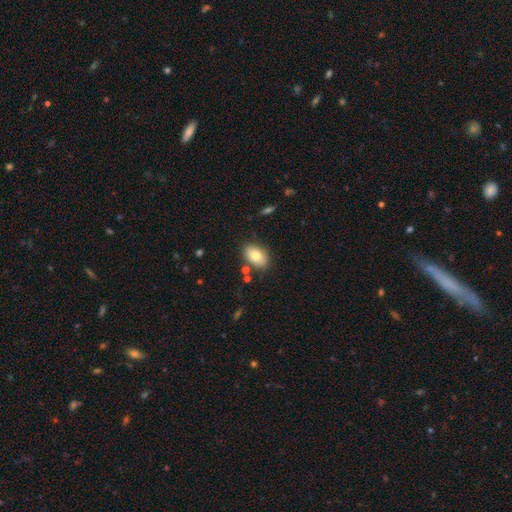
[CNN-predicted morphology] Smooth or featured? Predicted: smooth (p=0.77). How rounded? Predicted: in between (p=0.88). Merging? Predicted: none (p=0.82).